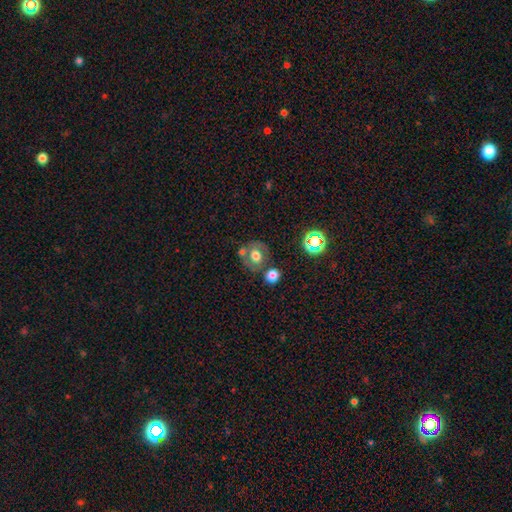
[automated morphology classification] Smooth or featured?
  - smooth: 55% *
  - featured or disk: 32%
  - star or artifact: 13%
How rounded?
  - round: 71% *
  - in between: 28%
  - cigar-shaped: 1%
Merging?
  - none: 54% *
  - merger: 24%
  - minor disturbance: 15%
  - major disturbance: 7%